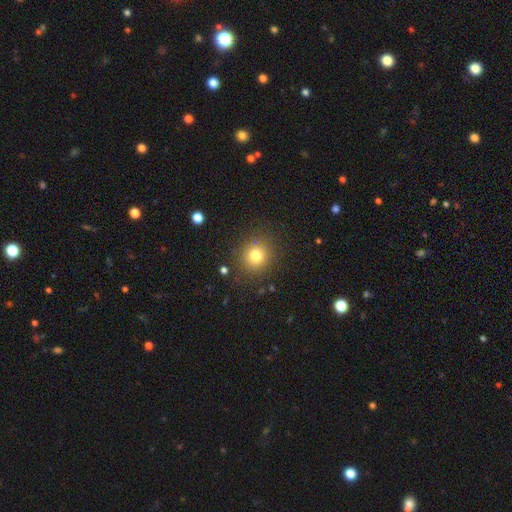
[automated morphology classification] smooth 78%, star or artifact 14%, featured or disk 9%. Down the decision tree: how rounded — round (85%); merging — none (86%).